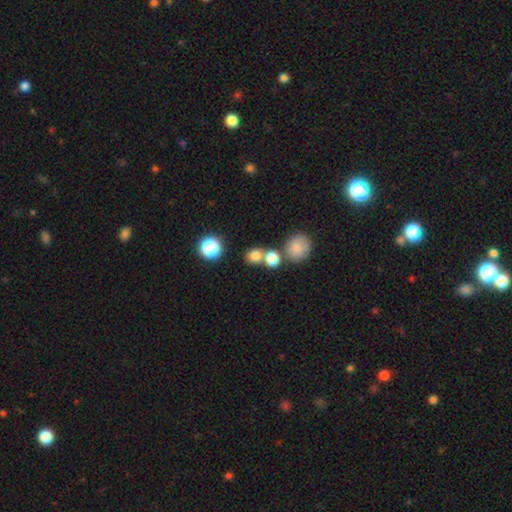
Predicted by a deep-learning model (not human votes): This appears to be a smooth galaxy with no disk features (80%) that is round (69%). Merging: none (48%).